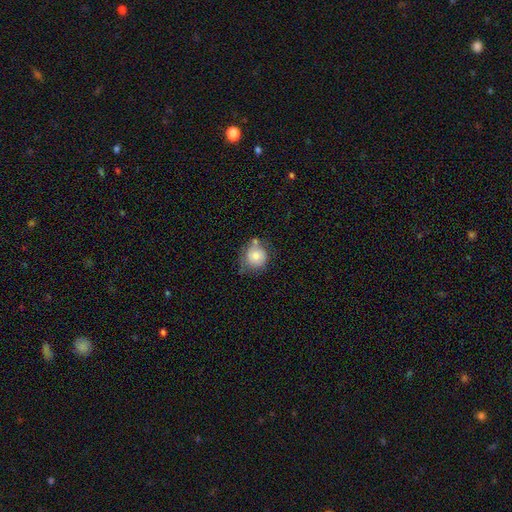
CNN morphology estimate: smooth-or-featured: smooth: 72% | featured or disk: 19% | star or artifact: 9%
  how-rounded: round: 87% | in between: 12% | cigar-shaped: 1%
  merging: none: 55% | minor disturbance: 25% | merger: 11% | major disturbance: 8%